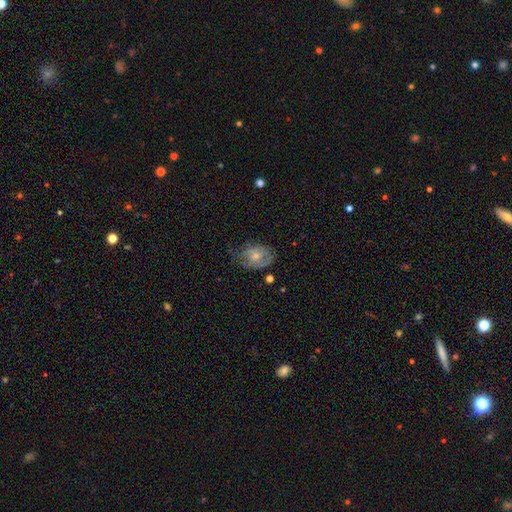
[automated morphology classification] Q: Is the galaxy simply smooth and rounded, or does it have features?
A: featured or disk — 55%.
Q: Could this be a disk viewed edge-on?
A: no — 95%.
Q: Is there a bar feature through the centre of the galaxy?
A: no — 75%.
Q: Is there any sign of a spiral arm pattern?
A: yes — 66%.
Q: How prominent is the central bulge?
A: moderate — 48%.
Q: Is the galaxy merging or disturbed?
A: none — 59%.